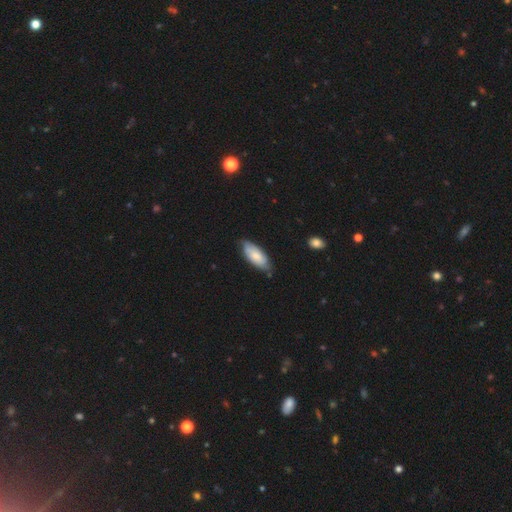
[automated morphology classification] The model was most divided on "smooth or featured": smooth: 68%, featured or disk: 26%, star or artifact: 6%. More confident: how rounded — in between (82%); merging — none (69%).